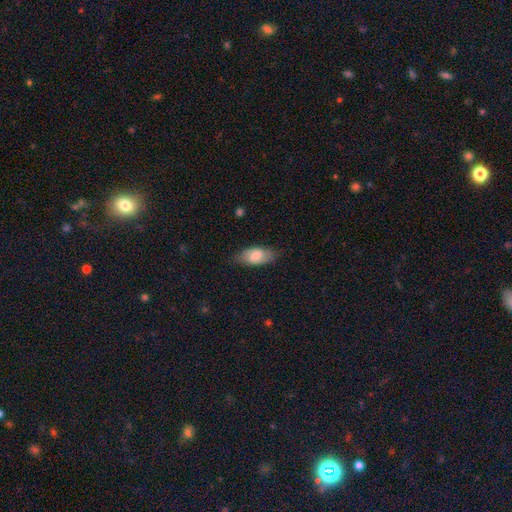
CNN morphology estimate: A smooth galaxy with no disk features (73%) that is in between round and cigar-shaped (89%).

Vote fractions:
- Smooth or featured? smooth: 73% / featured or disk: 20% / star or artifact: 7%
- How rounded? in between: 89% / cigar-shaped: 8% / round: 3%
- Merging? none: 76% / minor disturbance: 19% / major disturbance: 5% / merger: 1%